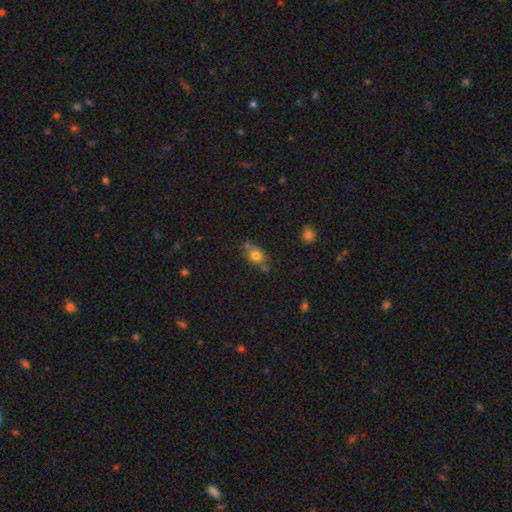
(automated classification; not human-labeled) This appears to be a smooth galaxy with no disk features (72%) that is in between round and cigar-shaped (56%). Merging: none (55%).